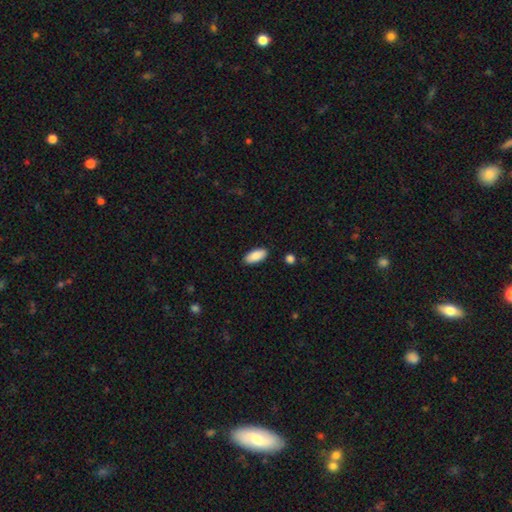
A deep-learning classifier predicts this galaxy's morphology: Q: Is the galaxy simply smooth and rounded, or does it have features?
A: smooth — 89%.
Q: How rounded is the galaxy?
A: in between — 89%.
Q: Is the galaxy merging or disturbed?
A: none — 89%.